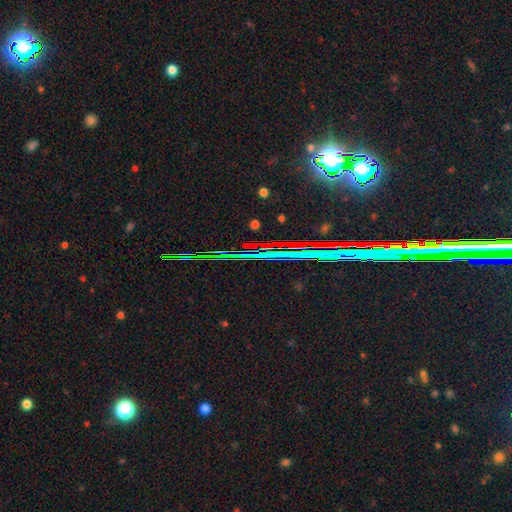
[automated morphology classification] A star or artifact, not a galaxy (83%).